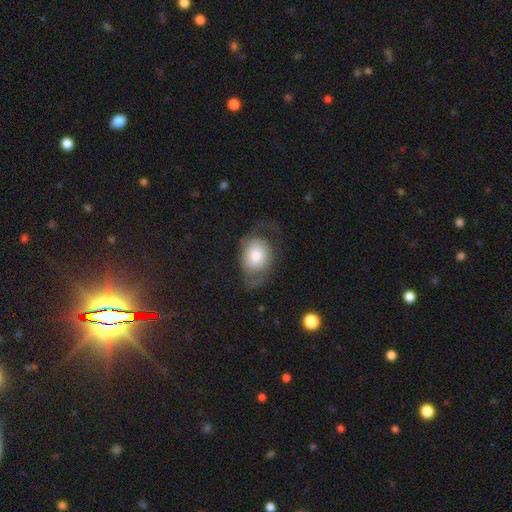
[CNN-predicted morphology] This is possibly a smooth galaxy (59%). How rounded: possibly in between (58%). Merging: marginally none (44%).